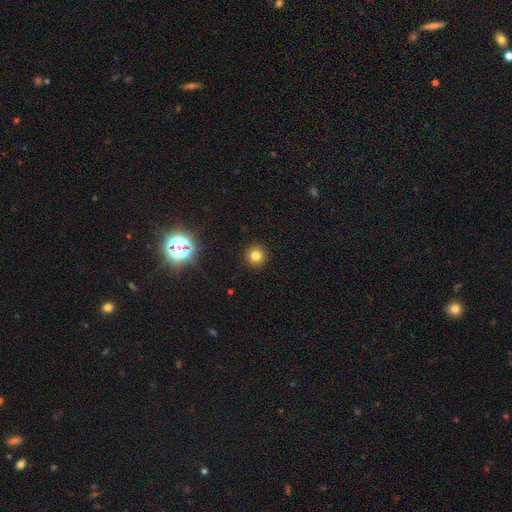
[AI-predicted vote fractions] This is likely a smooth galaxy (78%). How rounded: clearly round (95%). Merging: clearly none (92%).